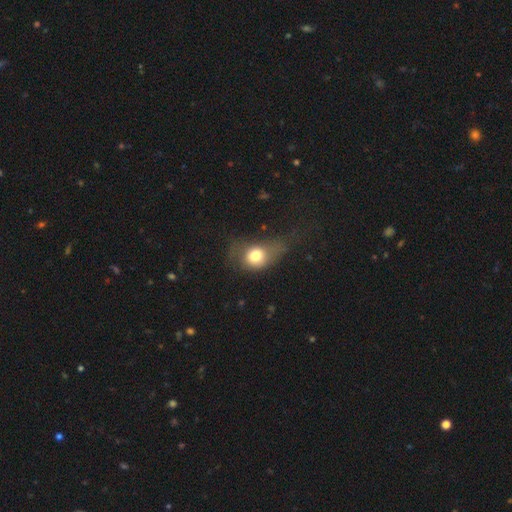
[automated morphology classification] A smooth galaxy with no disk features (74%) that is round (53%). Merging: major disturbance (37%).